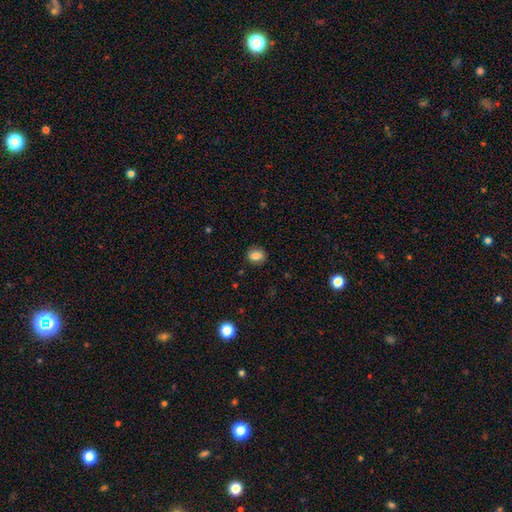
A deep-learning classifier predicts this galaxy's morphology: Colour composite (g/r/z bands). It shows a smooth galaxy with no disk features (84%) that is round (52%). Merging: none (87%).